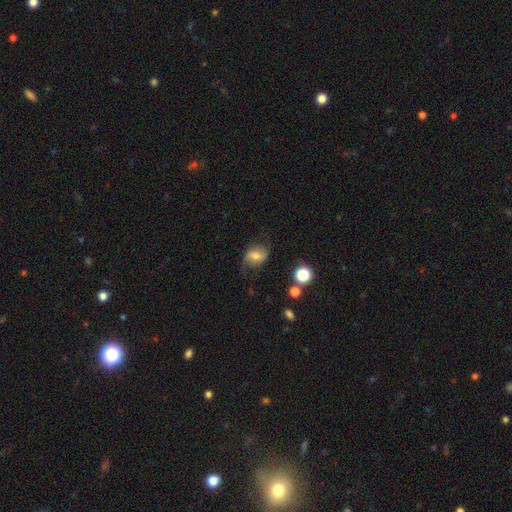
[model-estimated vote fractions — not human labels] A smooth galaxy with no disk features (56%) that is in between round and cigar-shaped (65%).

Vote fractions:
- Smooth or featured? smooth: 56% / featured or disk: 33% / star or artifact: 10%
- How rounded? in between: 65% / round: 34% / cigar-shaped: 2%
- Merging? none: 64% / minor disturbance: 24% / major disturbance: 10% / merger: 2%